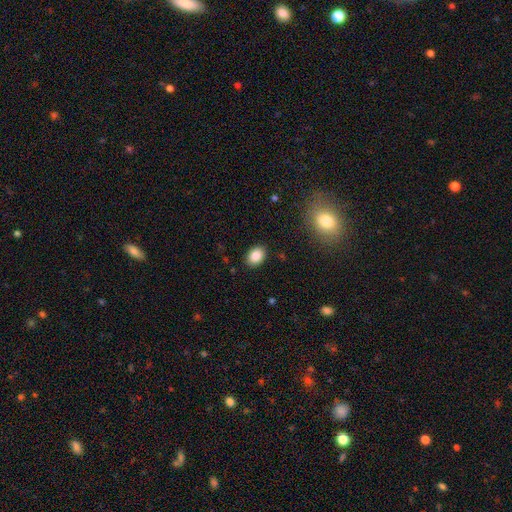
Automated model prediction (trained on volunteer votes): Smooth or featured: smooth — 86% (star or artifact — 9%)
How rounded: in between — 75% (round — 24%)
Merging: none — 88% (minor disturbance — 8%)